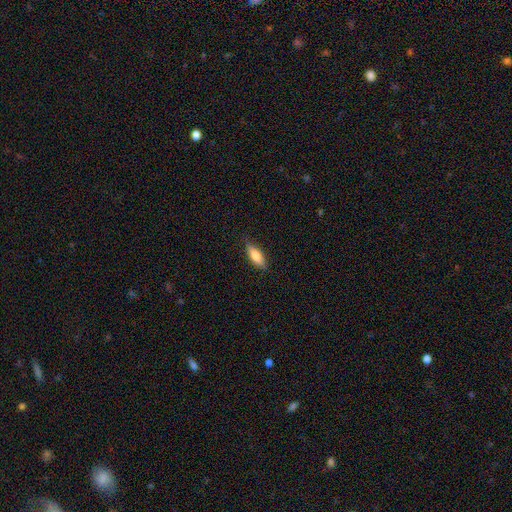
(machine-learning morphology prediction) A smooth galaxy with no disk features (70%) that is in between round and cigar-shaped (60%).

Vote fractions:
- Smooth or featured? smooth: 70% / featured or disk: 24% / star or artifact: 7%
- How rounded? in between: 60% / cigar-shaped: 37% / round: 2%
- Merging? none: 81% / minor disturbance: 15% / major disturbance: 3% / merger: 1%